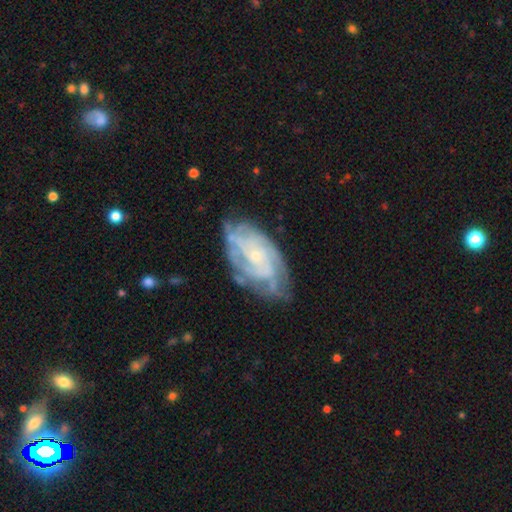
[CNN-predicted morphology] Smooth or featured?
  - featured or disk: 81% *
  - smooth: 13%
  - star or artifact: 6%
Edge-on disk?
  - no: 95% *
  - yes: 5%
Bar?
  - no: 74% *
  - weak: 22%
  - strong: 5%
Spiral arms?
  - yes: 92% *
  - no: 8%
Spiral winding?
  - tight: 63% *
  - medium: 29%
  - loose: 8%
Spiral arm count?
  - can't tell: 42% *
  - 4: 17%
  - 3: 15%
  - 2: 14%
  - more than 4: 7%
  - 1: 5%
Bulge size?
  - small: 77% *
  - moderate: 18%
  - none: 3%
  - large: 1%
  - dominant: 1%
Merging?
  - none: 67% *
  - minor disturbance: 23%
  - major disturbance: 8%
  - merger: 2%